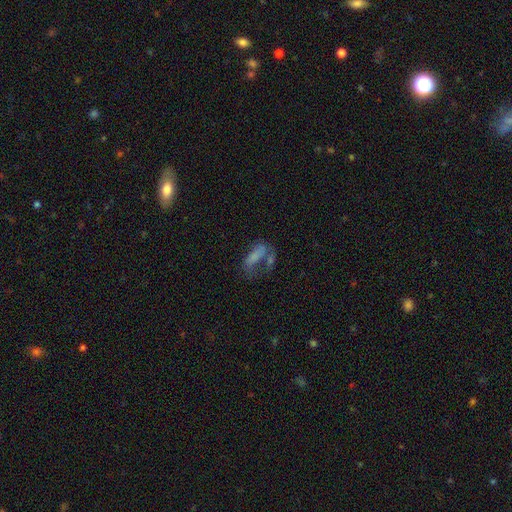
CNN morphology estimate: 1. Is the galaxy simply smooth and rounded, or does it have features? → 60% smooth, 26% featured or disk, 14% star or artifact.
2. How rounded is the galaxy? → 71% in between, 25% cigar-shaped, 4% round.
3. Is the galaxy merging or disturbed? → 35% merger, 27% major disturbance, 24% none, 14% minor disturbance.